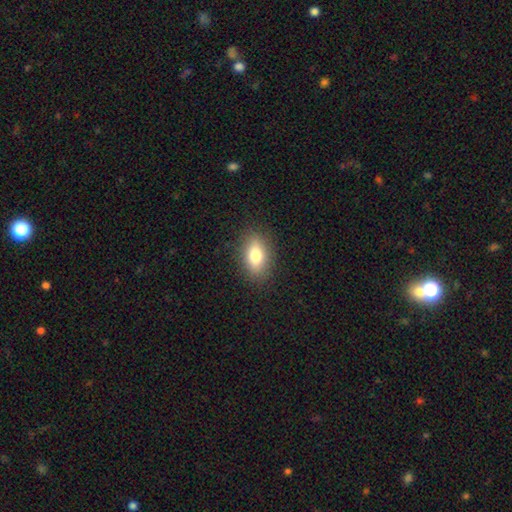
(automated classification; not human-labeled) This appears to be a smooth galaxy with no disk features (79%) that is in between round and cigar-shaped (85%). Merging: none (87%).